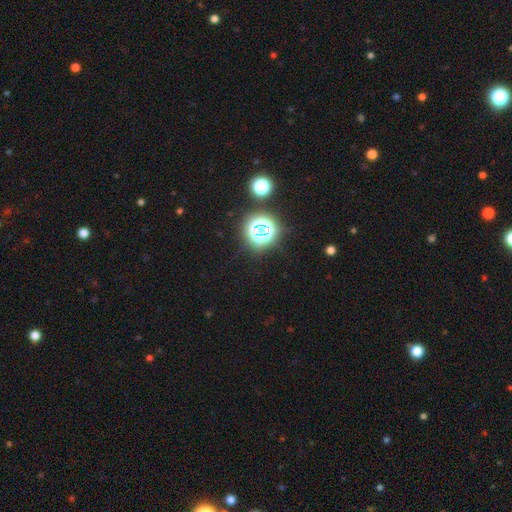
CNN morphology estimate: Q: Smooth or featured?
A: star or artifact (74%); runner-up: smooth (19%)